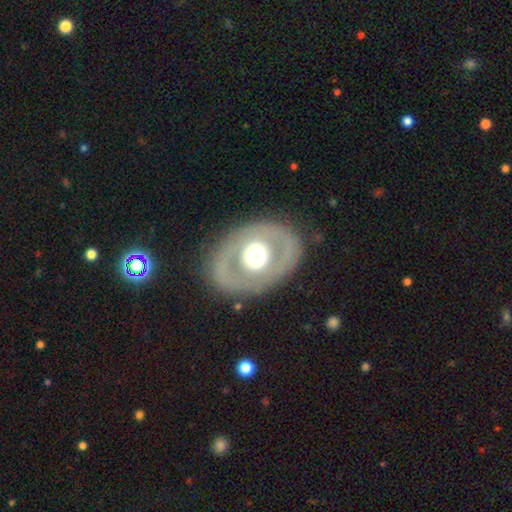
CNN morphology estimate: The model was most divided on "bulge size": moderate: 49%, large: 40%, dominant: 7%, small: 4%, none: 1%. More confident: edge-on disk — no (93%); bar — no (83%); spiral arms — no (81%); merging — none (81%); smooth or featured — featured or disk (61%).